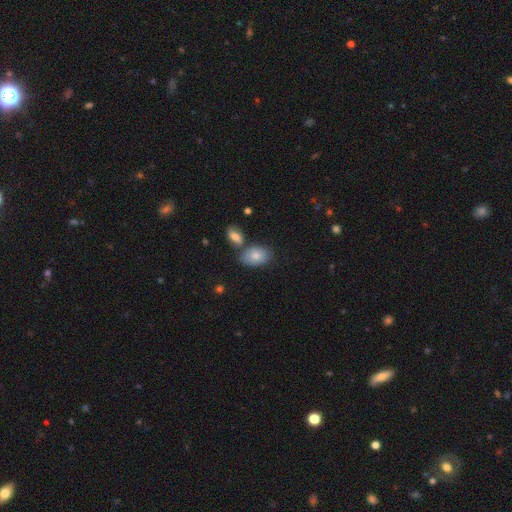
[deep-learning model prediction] smooth 79%, featured or disk 13%, star or artifact 7%. Down the decision tree: how rounded — in between (88%); merging — none (60%).